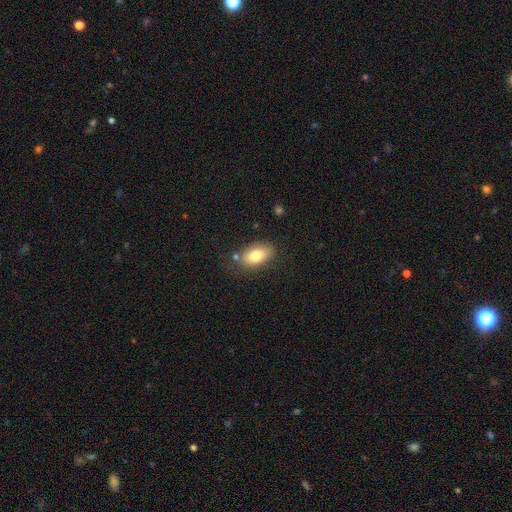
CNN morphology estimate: This is likely a smooth galaxy (79%). How rounded: clearly in between (90%). Merging: likely none (71%).